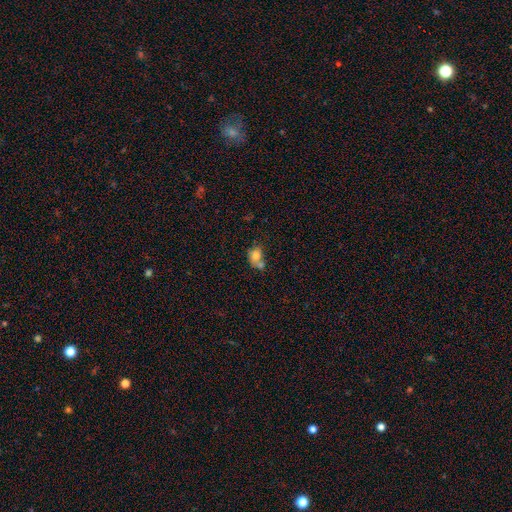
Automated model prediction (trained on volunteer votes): Smooth or featured?
  - smooth: 74% *
  - featured or disk: 16%
  - star or artifact: 10%
How rounded?
  - in between: 52% *
  - round: 47%
  - cigar-shaped: 1%
Merging?
  - merger: 48% *
  - none: 31%
  - minor disturbance: 15%
  - major disturbance: 6%